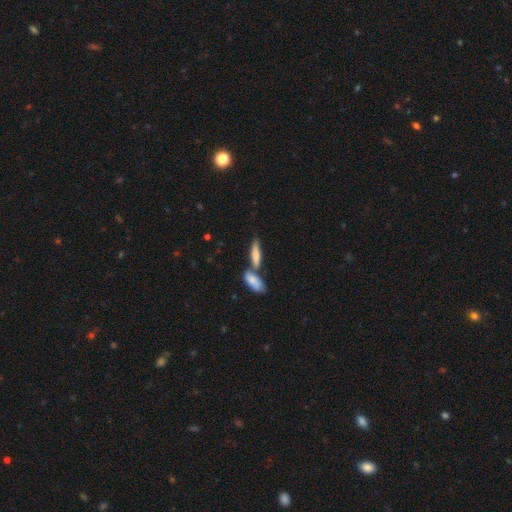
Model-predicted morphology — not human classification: Smooth or featured: smooth — 62% (featured or disk — 28%)
How rounded: cigar-shaped — 52% (in between — 44%)
Merging: none — 46% (merger — 41%)